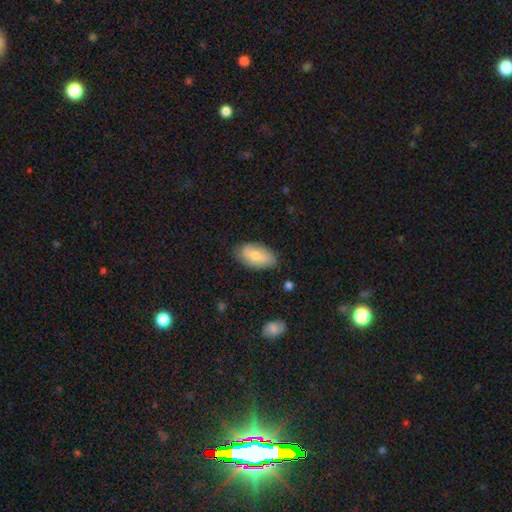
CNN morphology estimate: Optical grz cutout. It shows a smooth galaxy with no disk features (69%) that is in between round and cigar-shaped (94%). Merging: none (77%).